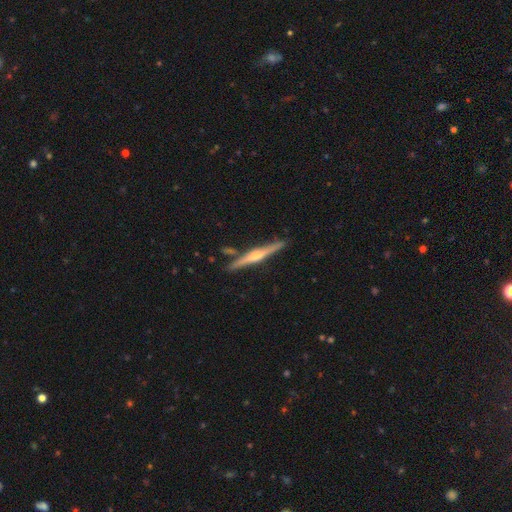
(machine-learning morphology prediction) This is likely a featured or disk galaxy (74%). It is clearly viewed edge-on (98%). Edge-on bulge: clearly rounded (81%). Merging: clearly none (86%).